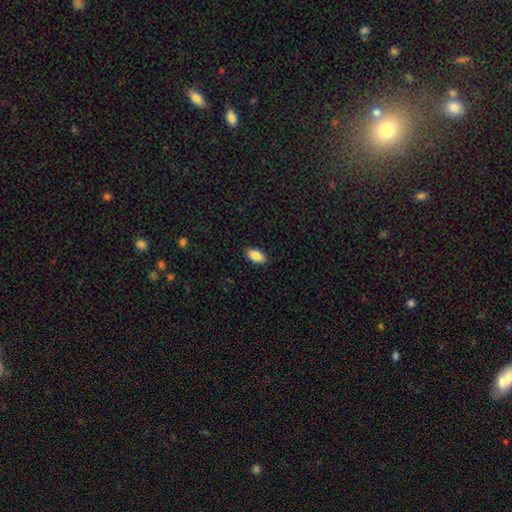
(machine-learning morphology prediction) smooth_or_featured: smooth (p=0.86) [alt: featured or disk p=0.07]
how_rounded: in between (p=0.91) [alt: cigar-shaped p=0.06]
merging: none (p=0.89) [alt: minor disturbance p=0.08]